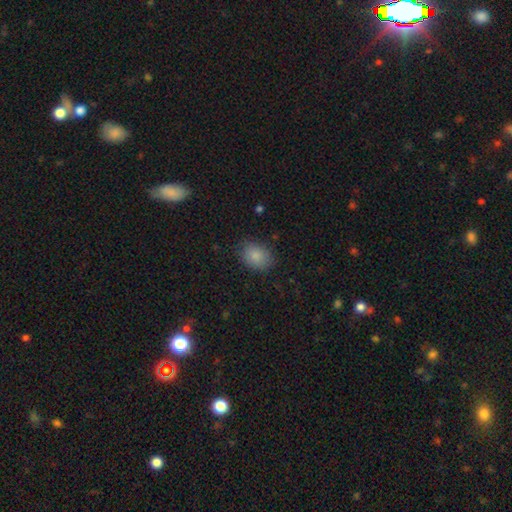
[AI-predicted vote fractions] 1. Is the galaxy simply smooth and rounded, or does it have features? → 86% smooth, 8% star or artifact, 6% featured or disk.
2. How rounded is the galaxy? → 64% in between, 35% round, 1% cigar-shaped.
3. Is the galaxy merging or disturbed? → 81% none, 14% minor disturbance, 4% major disturbance, 1% merger.